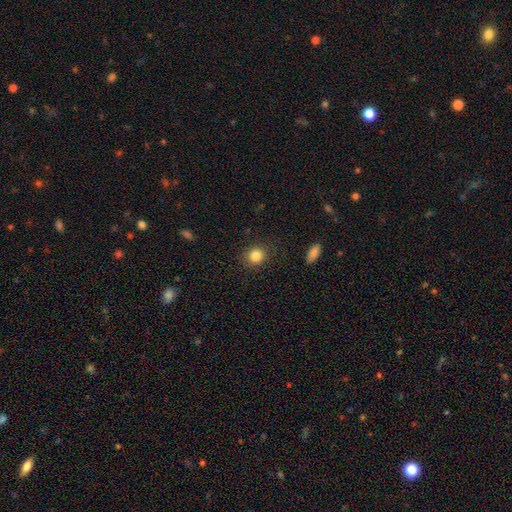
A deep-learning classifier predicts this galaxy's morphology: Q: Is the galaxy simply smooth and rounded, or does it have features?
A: smooth — 85%.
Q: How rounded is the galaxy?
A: round — 83%.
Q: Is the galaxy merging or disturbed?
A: none — 88%.